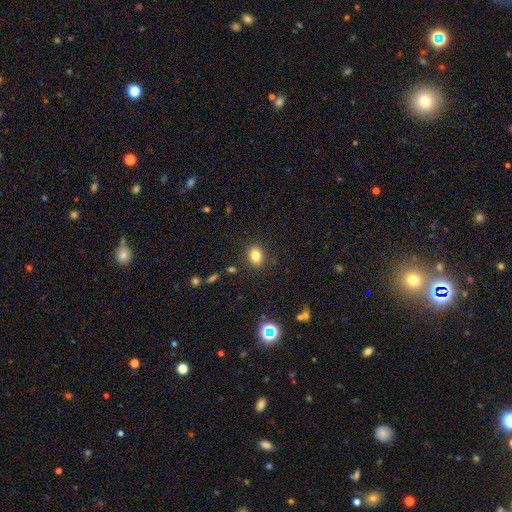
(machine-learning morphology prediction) Q: Smooth or featured?
A: smooth (81%); runner-up: star or artifact (12%)
Q: How rounded?
A: in between (57%); runner-up: round (42%)
Q: Merging?
A: none (86%); runner-up: minor disturbance (9%)